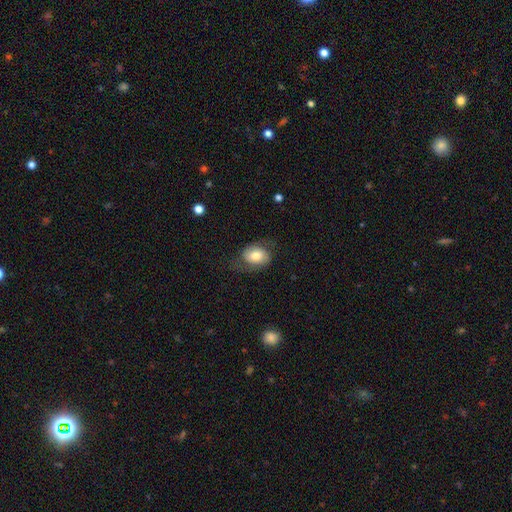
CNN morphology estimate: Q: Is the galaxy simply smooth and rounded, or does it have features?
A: smooth — 51%.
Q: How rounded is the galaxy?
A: in between — 65%.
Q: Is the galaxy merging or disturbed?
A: none — 61%.